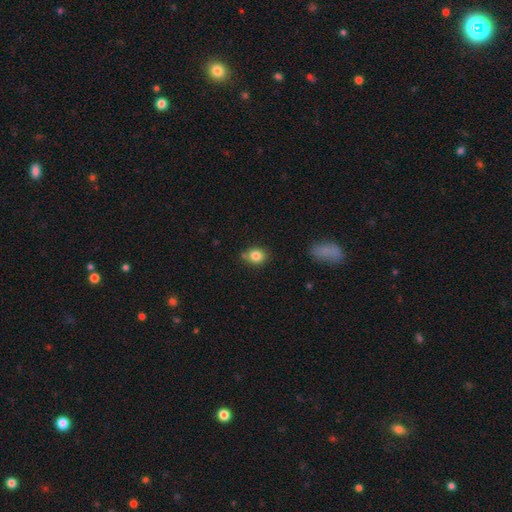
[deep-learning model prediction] Q: Smooth or featured?
A: smooth (83%); runner-up: star or artifact (10%)
Q: How rounded?
A: round (66%); runner-up: in between (33%)
Q: Merging?
A: none (73%); runner-up: minor disturbance (16%)